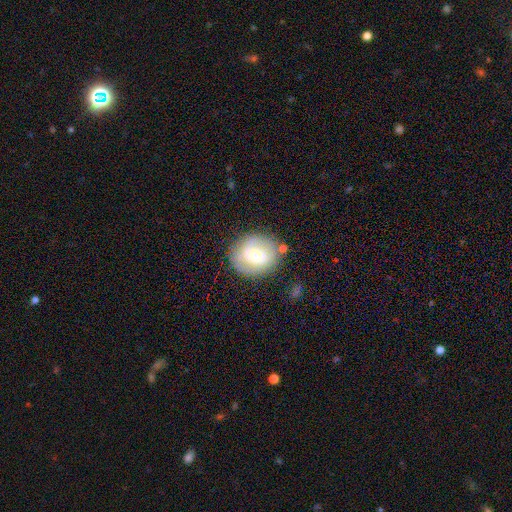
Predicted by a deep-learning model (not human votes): This is possibly a smooth galaxy (48%). Merging: likely none (78%).